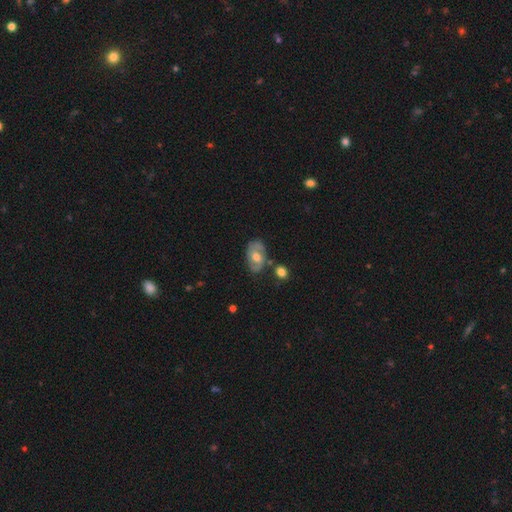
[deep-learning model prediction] A featured or disk galaxy (61%) with no bar (62%), spiral arms (67%) and a moderate central bulge (73%).

Vote fractions:
- Smooth or featured? featured or disk: 61% / smooth: 32% / star or artifact: 8%
- Edge-on disk? no: 94% / yes: 6%
- Bar? no: 62% / weak: 30% / strong: 7%
- Spiral arms? yes: 67% / no: 33%
- Bulge size? moderate: 73% / small: 14% / large: 11% / none: 2% / dominant: 1%
- Merging? none: 69% / minor disturbance: 18% / merger: 7% / major disturbance: 6%